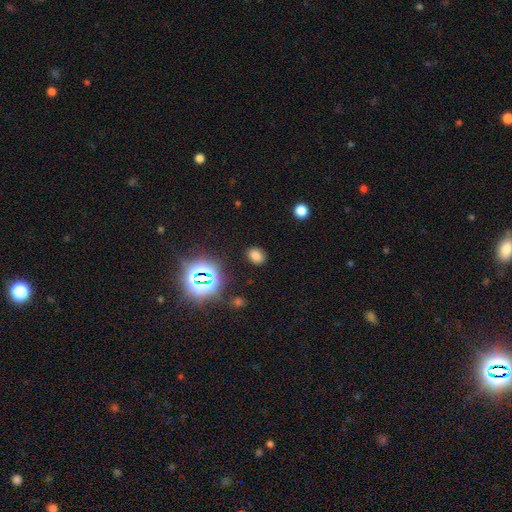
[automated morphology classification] smooth 71%, star or artifact 22%, featured or disk 7%. Down the decision tree: how rounded — in between (65%); merging — none (85%).